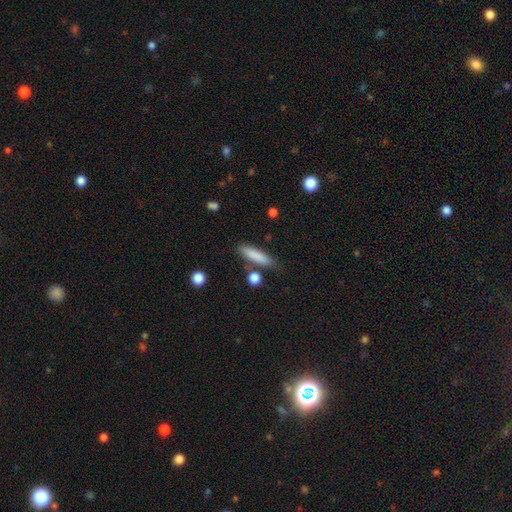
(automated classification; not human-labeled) The model was most divided on "how rounded": cigar-shaped: 72%, in between: 25%, round: 3%. More confident: smooth or featured — smooth (83%); merging — none (76%).